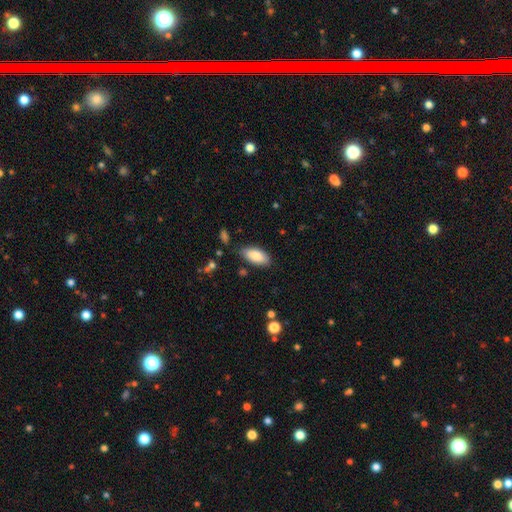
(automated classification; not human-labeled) Smooth or featured? smooth (86%)
How rounded? in between (90%)
Merging? none (80%)